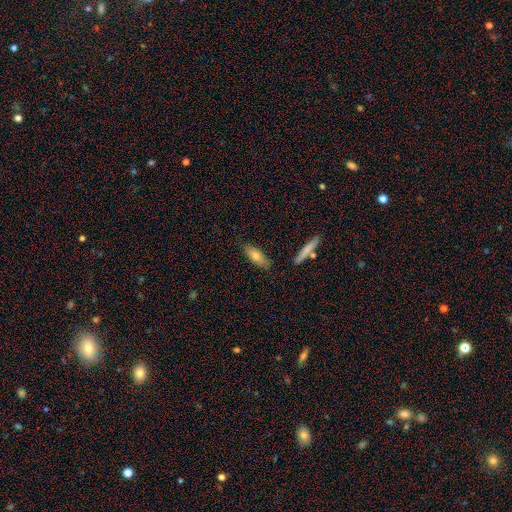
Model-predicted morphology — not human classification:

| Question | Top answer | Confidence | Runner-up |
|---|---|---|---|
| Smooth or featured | smooth | 70% | featured or disk (22%) |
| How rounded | in between | 58% | cigar-shaped (40%) |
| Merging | none | 81% | minor disturbance (13%) |